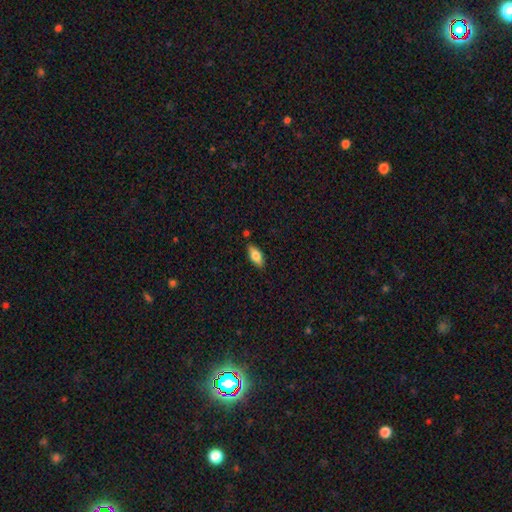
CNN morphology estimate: This appears to be a smooth galaxy with no disk features (78%) that is in between round and cigar-shaped (84%). Merging: none (84%).